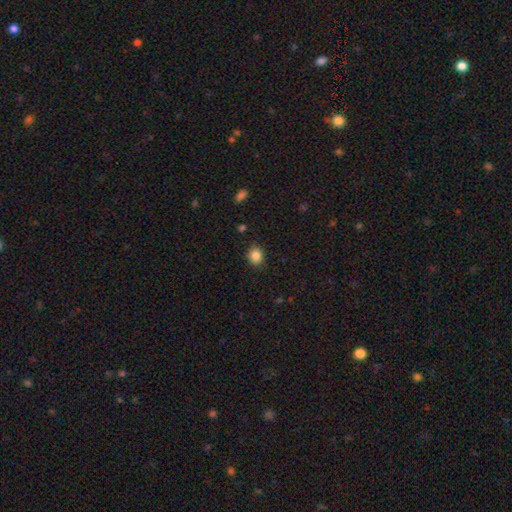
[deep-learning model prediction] smooth_or_featured: smooth (p=0.86) [alt: star or artifact p=0.10]
how_rounded: round (p=0.62) [alt: in between p=0.37]
merging: none (p=0.86) [alt: minor disturbance p=0.10]